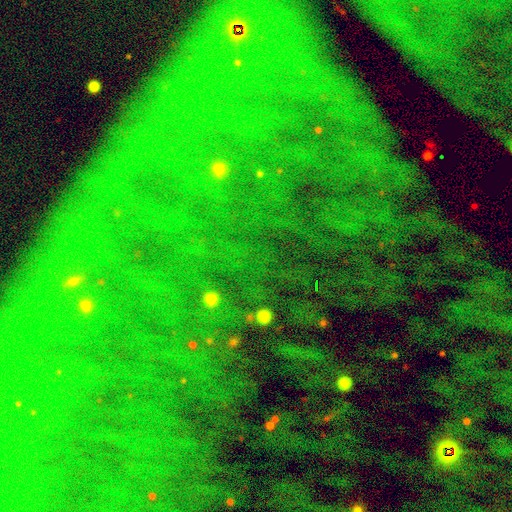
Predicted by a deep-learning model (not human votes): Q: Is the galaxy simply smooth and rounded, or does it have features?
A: star or artifact — 83%.